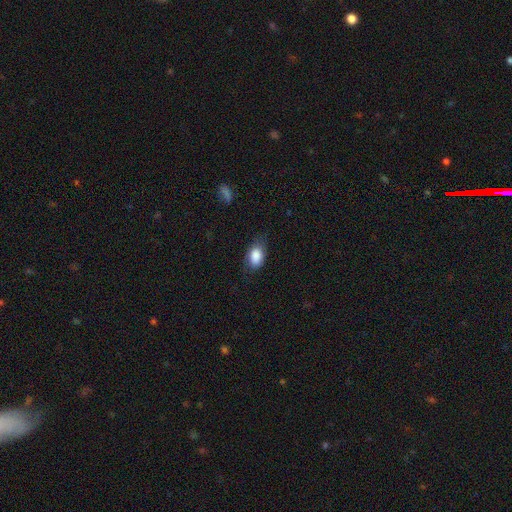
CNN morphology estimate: The model was most divided on "merging": none: 69%, minor disturbance: 24%, major disturbance: 7%, merger: 1%. More confident: how rounded — in between (87%); smooth or featured — smooth (85%).